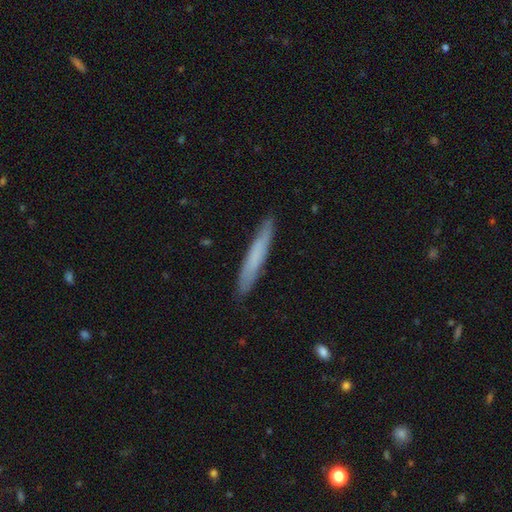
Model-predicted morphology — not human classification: smooth_or_featured: smooth (p=0.62) [alt: featured or disk p=0.32]
how_rounded: cigar-shaped (p=0.95) [alt: in between p=0.04]
merging: none (p=0.88) [alt: minor disturbance p=0.09]